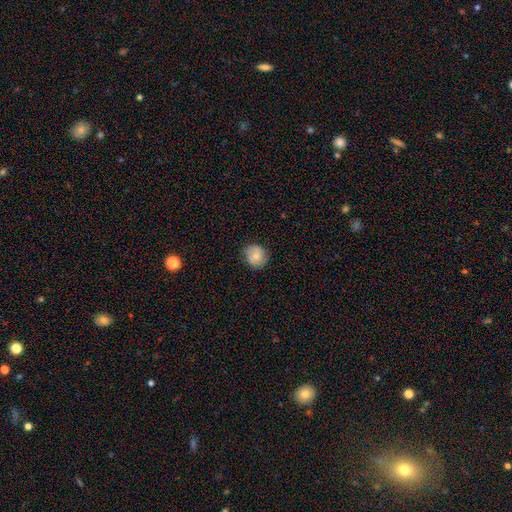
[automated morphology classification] smooth-or-featured: smooth: 72% | featured or disk: 19% | star or artifact: 8%
  how-rounded: round: 85% | in between: 14% | cigar-shaped: 1%
  merging: none: 79% | minor disturbance: 17% | major disturbance: 3% | merger: 1%